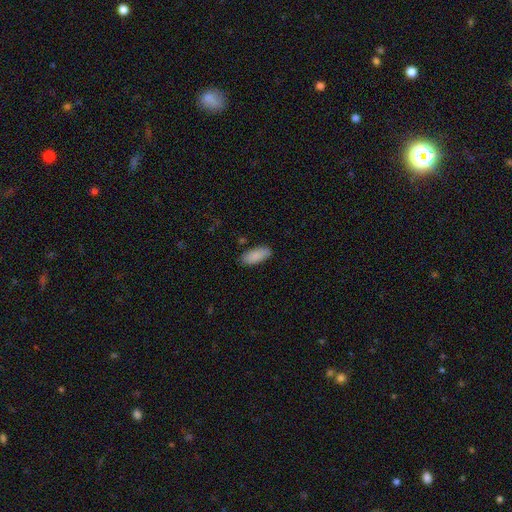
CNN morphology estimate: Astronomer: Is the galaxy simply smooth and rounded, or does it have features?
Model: smooth — 89%.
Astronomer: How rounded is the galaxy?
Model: in between — 84%.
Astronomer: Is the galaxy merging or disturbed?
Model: none — 84%.